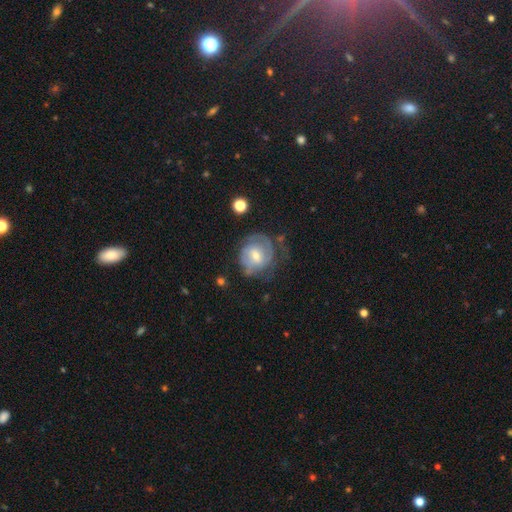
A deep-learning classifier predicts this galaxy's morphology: A featured or disk galaxy (69%) with a weak bar (51%), 2 (40%) tight (56%) spiral arms (83%) and a moderate central bulge (51%). Merging: none (51%).